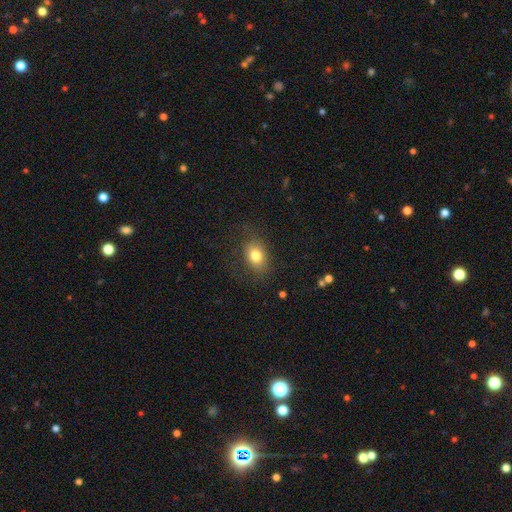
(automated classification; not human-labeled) Overall: smooth (80%). How rounded: in between (65%; round 34%). Merging: none (79%).